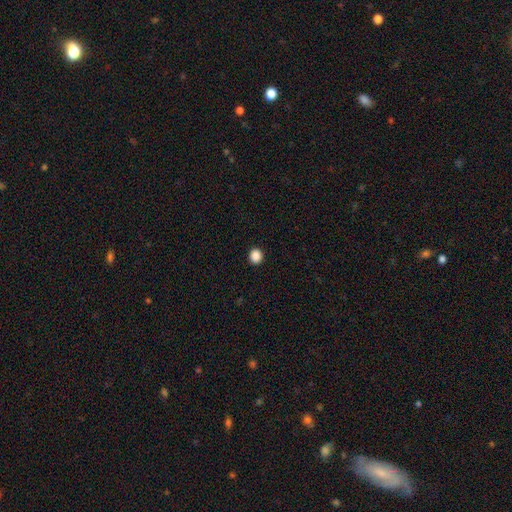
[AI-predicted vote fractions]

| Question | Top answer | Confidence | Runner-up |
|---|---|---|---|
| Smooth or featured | smooth | 88% | star or artifact (9%) |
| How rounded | round | 83% | in between (17%) |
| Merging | none | 93% | minor disturbance (5%) |